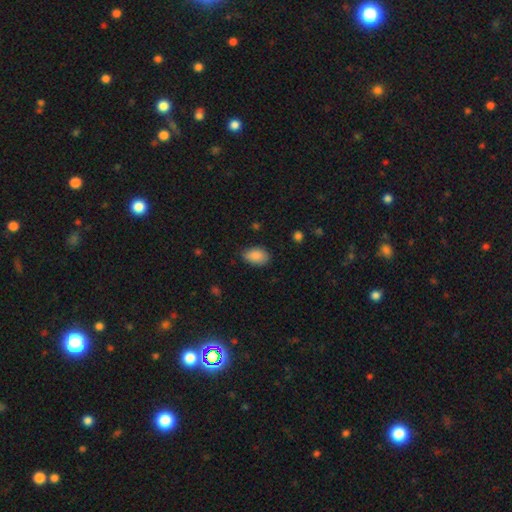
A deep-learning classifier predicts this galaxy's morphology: type=smooth (88%); roundness=in between (90%); merging=none (79%).